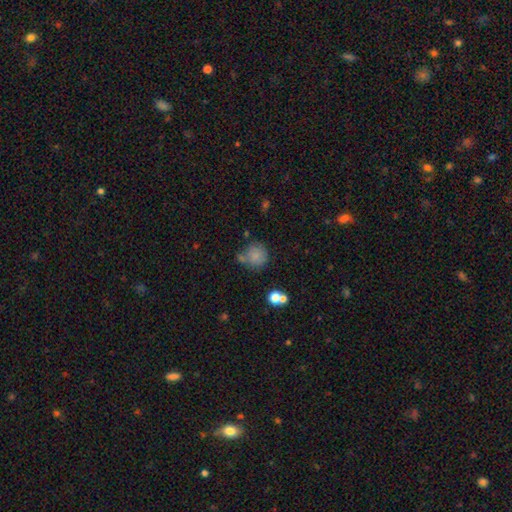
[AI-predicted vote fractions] Smooth or featured: smooth — 79% (star or artifact — 11%)
How rounded: round — 89% (in between — 10%)
Merging: none — 56% (minor disturbance — 20%)